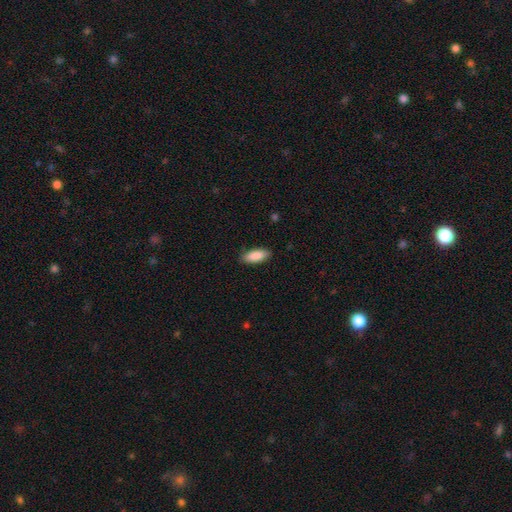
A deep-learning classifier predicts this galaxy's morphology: smooth_or_featured: smooth (p=0.89) [alt: star or artifact p=0.06]
how_rounded: in between (p=0.81) [alt: cigar-shaped p=0.17]
merging: none (p=0.87) [alt: minor disturbance p=0.10]